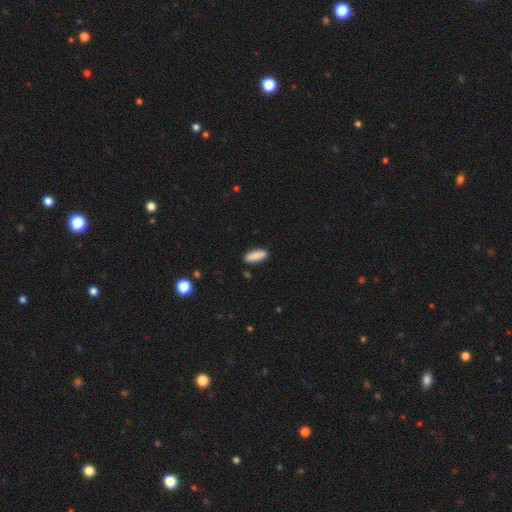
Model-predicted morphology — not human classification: smooth_or_featured: smooth (p=0.89) [alt: star or artifact p=0.06]
how_rounded: in between (p=0.66) [alt: cigar-shaped p=0.32]
merging: none (p=0.86) [alt: minor disturbance p=0.10]